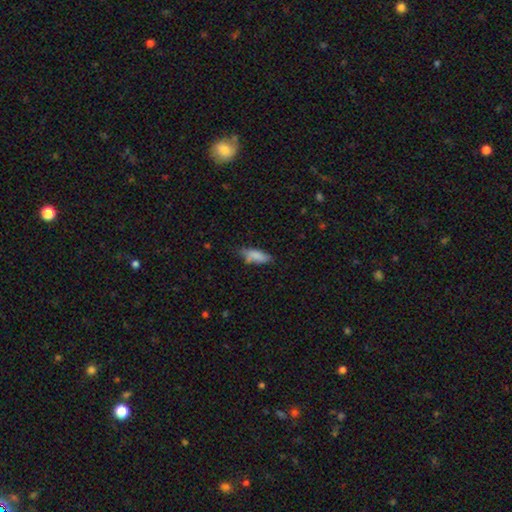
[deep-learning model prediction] Smooth or featured: smooth — 81% (featured or disk — 11%)
How rounded: in between — 66% (cigar-shaped — 31%)
Merging: none — 55% (minor disturbance — 31%)